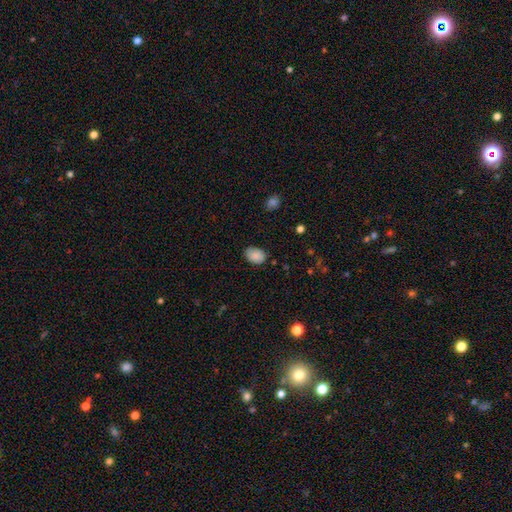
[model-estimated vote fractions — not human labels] Smooth or featured: smooth — 88% (star or artifact — 8%)
How rounded: in between — 76% (round — 23%)
Merging: none — 79% (minor disturbance — 17%)